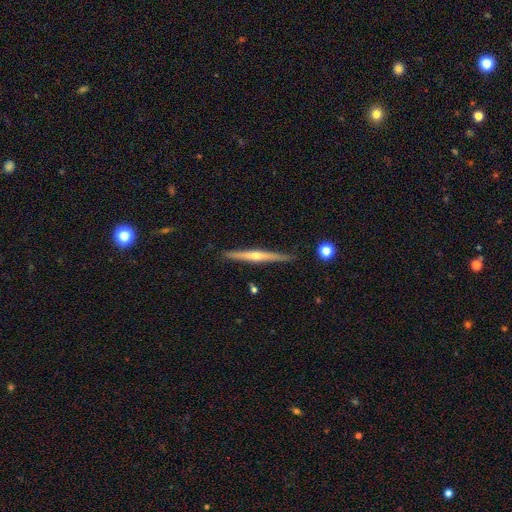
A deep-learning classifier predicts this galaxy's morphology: featured or disk 75%, smooth 19%, star or artifact 6%. Down the decision tree: edge-on disk — yes (98%); edge-on bulge — rounded (81%); merging — none (90%).